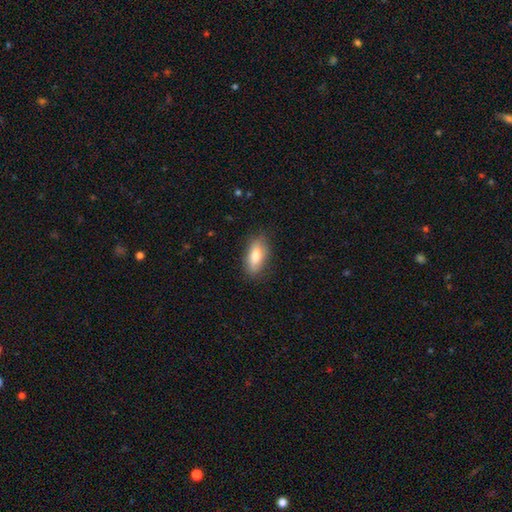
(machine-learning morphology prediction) The model was most divided on "how rounded": in between: 80%, cigar-shaped: 17%, round: 3%. More confident: smooth or featured — smooth (82%); merging — none (81%).